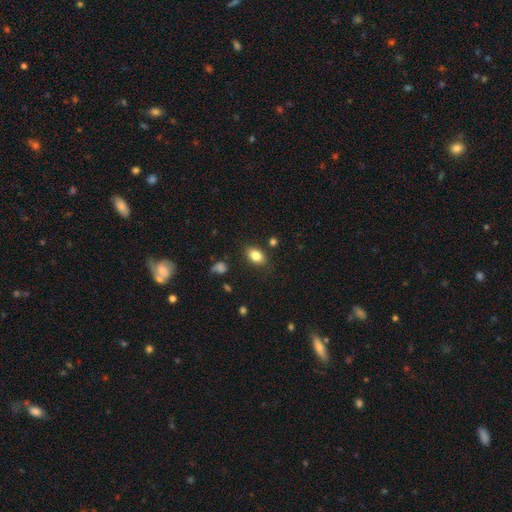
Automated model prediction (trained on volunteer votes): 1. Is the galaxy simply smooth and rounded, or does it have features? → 83% smooth, 9% star or artifact, 8% featured or disk.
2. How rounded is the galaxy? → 85% in between, 13% round, 2% cigar-shaped.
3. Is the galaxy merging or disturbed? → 84% none, 10% minor disturbance, 3% major disturbance, 2% merger.